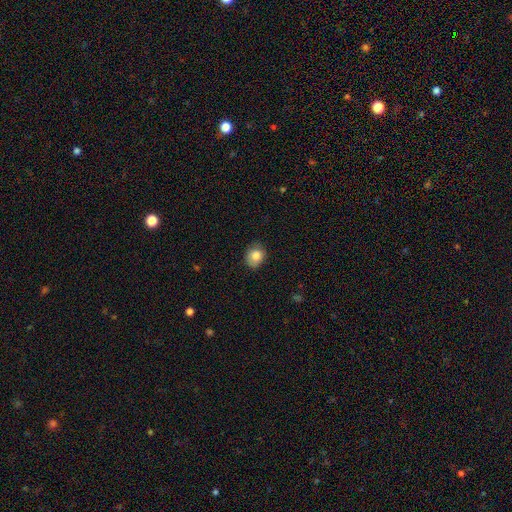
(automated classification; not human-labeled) Morphology: type=smooth (84%); roundness=round (57%); merging=none (74%).